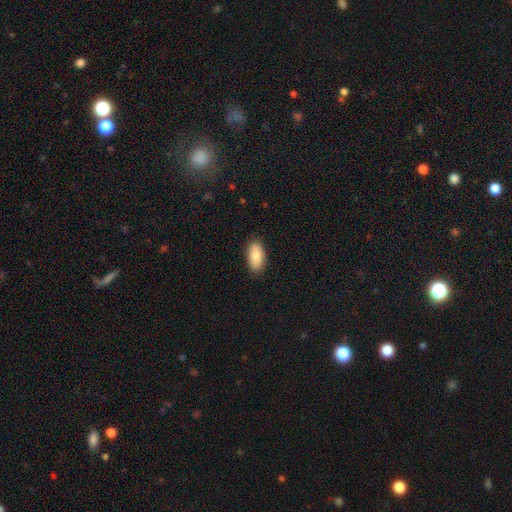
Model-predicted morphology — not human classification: Smooth or featured? smooth (82%)
How rounded? in between (92%)
Merging? none (87%)